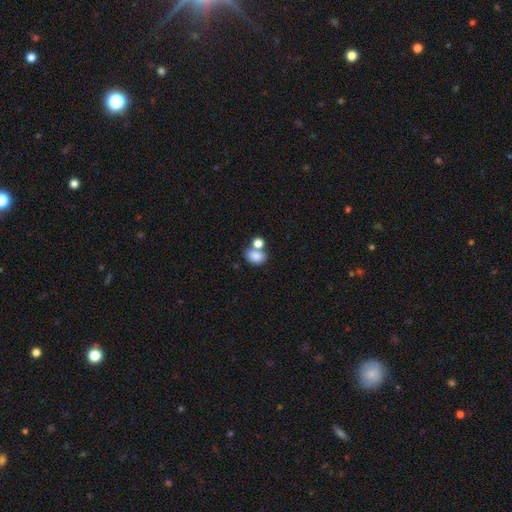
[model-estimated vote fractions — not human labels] The model was most divided on "merging" (2-way tie): none: 42%, merger: 42%, minor disturbance: 11%, major disturbance: 5%. More confident: smooth or featured — smooth (82%); how rounded — in between (71%).